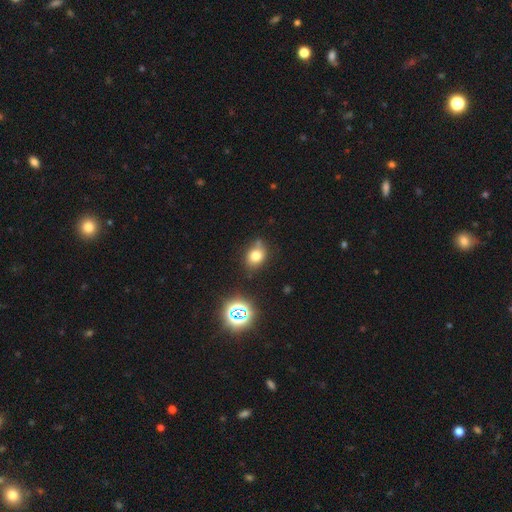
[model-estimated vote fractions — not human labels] smooth 74%, star or artifact 16%, featured or disk 10%. Down the decision tree: how rounded — round (51%); merging — none (68%).